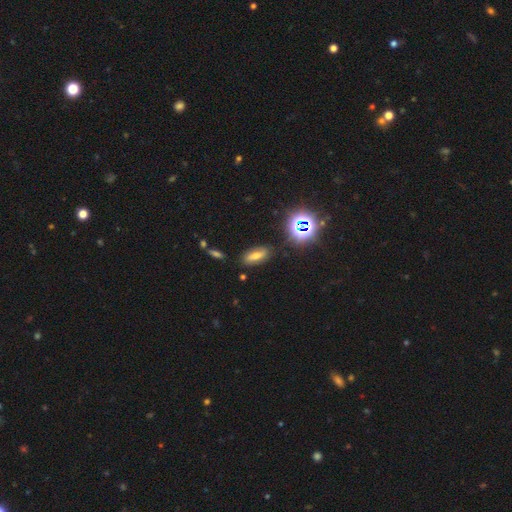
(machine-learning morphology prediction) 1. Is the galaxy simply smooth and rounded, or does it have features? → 50% smooth, 25% star or artifact, 25% featured or disk.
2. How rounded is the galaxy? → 67% in between, 26% cigar-shaped, 8% round.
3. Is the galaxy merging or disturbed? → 82% none, 12% minor disturbance, 3% major disturbance, 3% merger.